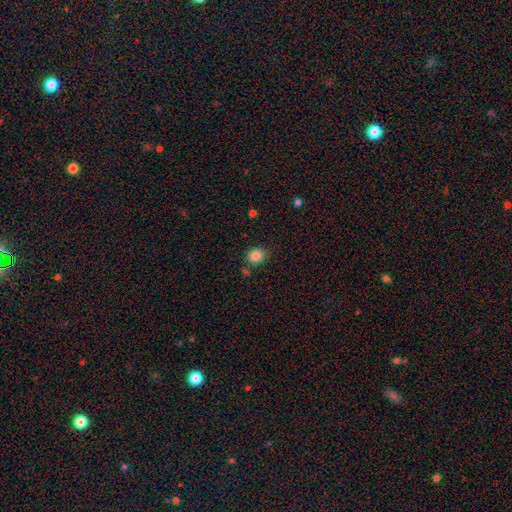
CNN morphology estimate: Smooth or featured? Predicted: smooth (p=0.86). How rounded? Predicted: round (p=0.60). Merging? Predicted: none (p=0.76).